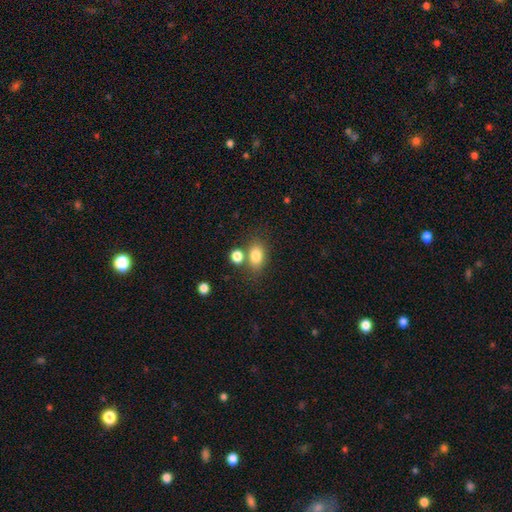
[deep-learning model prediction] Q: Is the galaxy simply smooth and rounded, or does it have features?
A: smooth — 82%.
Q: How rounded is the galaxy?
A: in between — 74%.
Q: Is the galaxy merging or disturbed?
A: none — 63%.